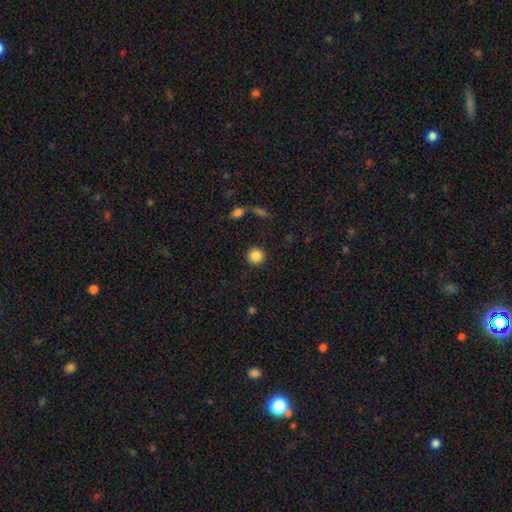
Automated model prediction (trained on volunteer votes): A smooth galaxy with no disk features (87%) that is round (94%). Merging: none (90%).